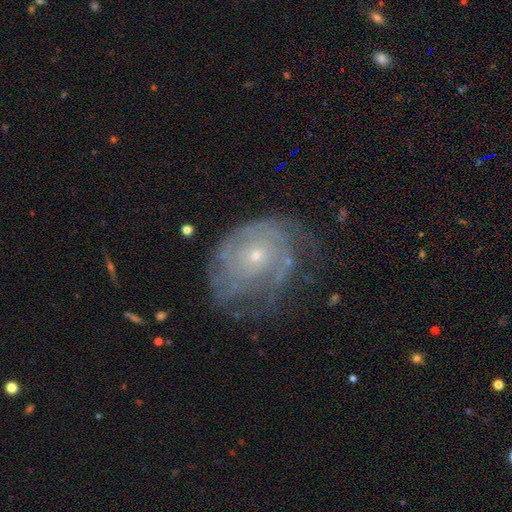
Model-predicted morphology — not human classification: Smooth or featured?
  - featured or disk: 78% *
  - smooth: 14%
  - star or artifact: 7%
Edge-on disk?
  - no: 97% *
  - yes: 3%
Bar?
  - no: 81% *
  - weak: 16%
  - strong: 3%
Spiral arms?
  - yes: 85% *
  - no: 15%
Spiral winding?
  - tight: 70% *
  - medium: 22%
  - loose: 8%
Spiral arm count?
  - can't tell: 53% *
  - 2: 15%
  - 3: 12%
  - 4: 9%
  - 1: 6%
  - more than 4: 6%
Bulge size?
  - small: 74% *
  - moderate: 23%
  - none: 1%
  - large: 1%
  - dominant: 1%
Merging?
  - none: 54% *
  - minor disturbance: 26%
  - major disturbance: 18%
  - merger: 2%